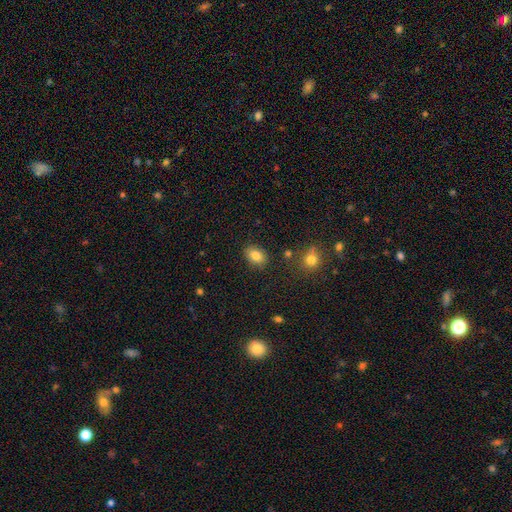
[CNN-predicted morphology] A smooth galaxy with no disk features (83%) that is in between round and cigar-shaped (78%). Merging: none (84%).